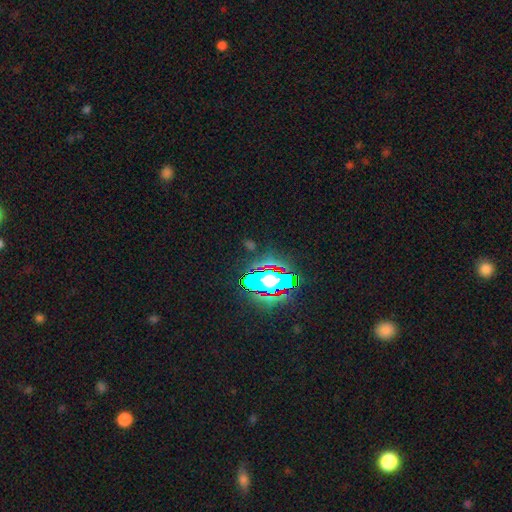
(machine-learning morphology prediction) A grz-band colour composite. It shows a star or artifact, not a galaxy (79%).